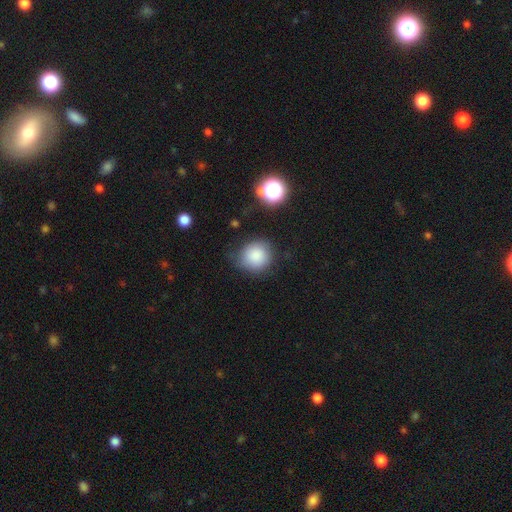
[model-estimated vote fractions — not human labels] A smooth galaxy with no disk features (85%) that is round (85%). Merging: none (75%).